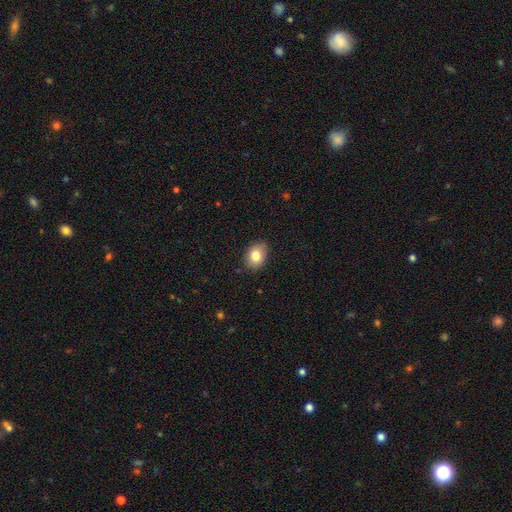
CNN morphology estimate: A smooth galaxy with no disk features (80%) that is in between round and cigar-shaped (66%).

Vote fractions:
- Smooth or featured? smooth: 80% / featured or disk: 11% / star or artifact: 9%
- How rounded? in between: 66% / round: 33% / cigar-shaped: 1%
- Merging? none: 83% / minor disturbance: 14% / major disturbance: 2% / merger: 1%